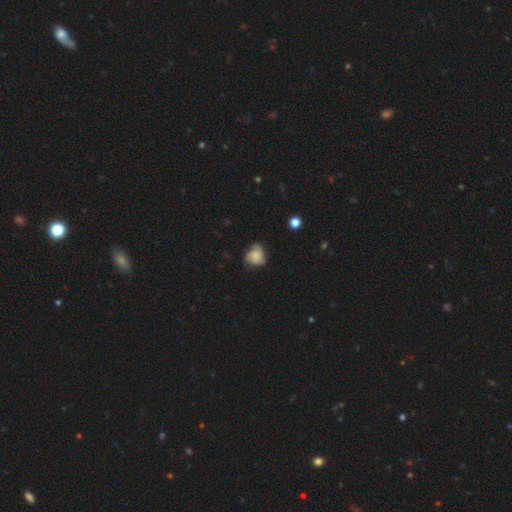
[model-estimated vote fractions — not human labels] Q: Smooth or featured?
A: smooth (57%); runner-up: featured or disk (34%)
Q: How rounded?
A: round (62%); runner-up: in between (37%)
Q: Merging?
A: none (52%); runner-up: minor disturbance (33%)